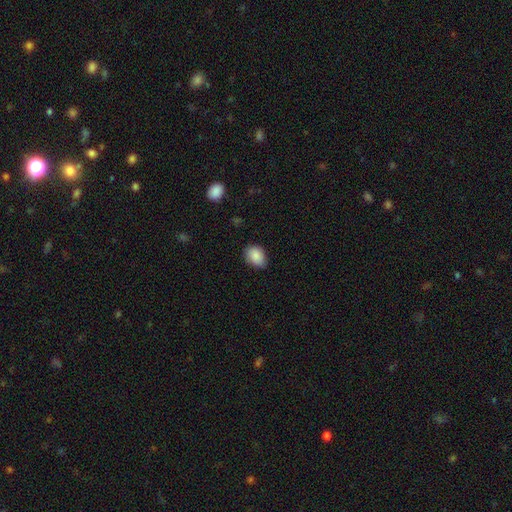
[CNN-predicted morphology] Q: Smooth or featured?
A: smooth (88%); runner-up: star or artifact (7%)
Q: How rounded?
A: in between (71%); runner-up: round (28%)
Q: Merging?
A: none (73%); runner-up: minor disturbance (23%)